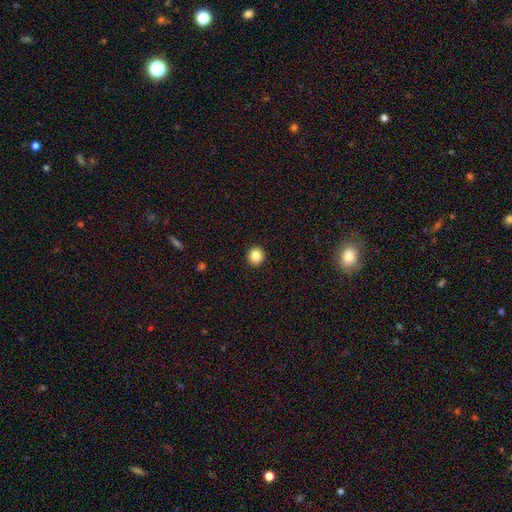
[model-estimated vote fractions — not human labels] Smooth or featured?
  - smooth: 85% *
  - star or artifact: 10%
  - featured or disk: 5%
How rounded?
  - round: 90% *
  - in between: 9%
  - cigar-shaped: 1%
Merging?
  - none: 93% *
  - minor disturbance: 4%
  - major disturbance: 1%
  - merger: 1%